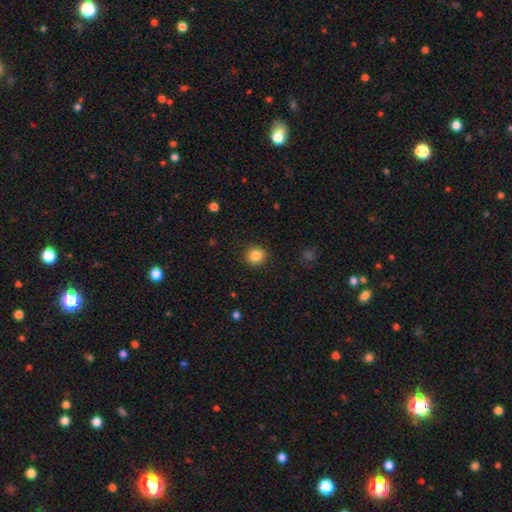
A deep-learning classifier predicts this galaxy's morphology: This is clearly a smooth galaxy (85%). How rounded: clearly round (86%). Merging: clearly none (90%).